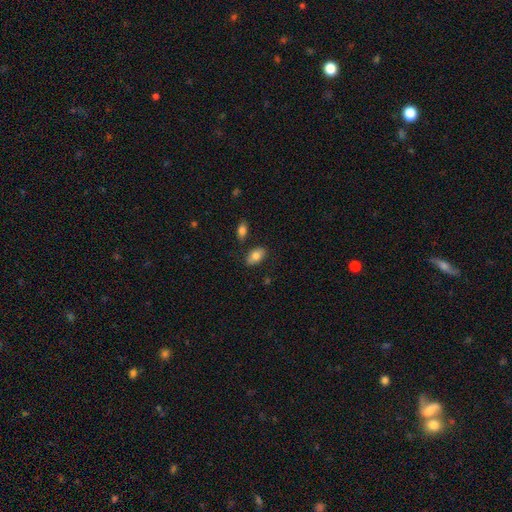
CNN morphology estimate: A smooth galaxy with no disk features (81%) that is in between round and cigar-shaped (92%). Merging: none (81%).